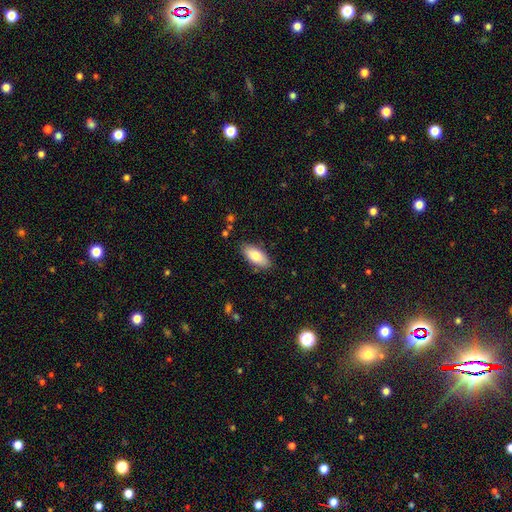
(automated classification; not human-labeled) smooth-or-featured: smooth: 78% | featured or disk: 16% | star or artifact: 6%
  how-rounded: in between: 87% | cigar-shaped: 11% | round: 2%
  merging: none: 85% | minor disturbance: 11% | major disturbance: 2% | merger: 2%